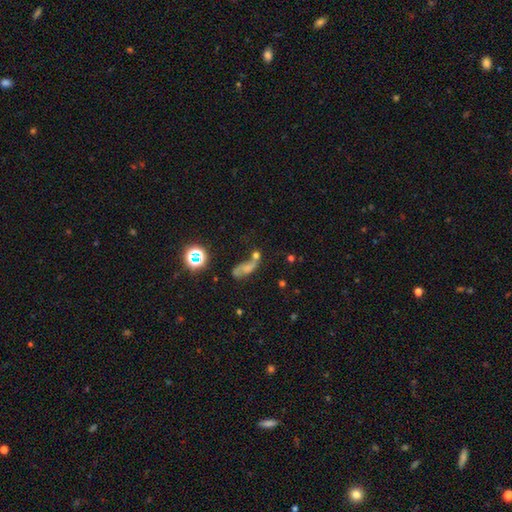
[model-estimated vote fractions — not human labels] Smooth or featured? star or artifact (37%)